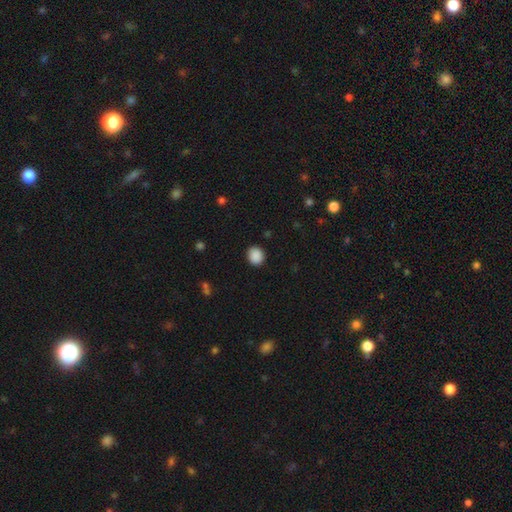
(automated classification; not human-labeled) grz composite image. It shows a smooth galaxy with no disk features (89%) that is round (75%). Merging: none (90%).